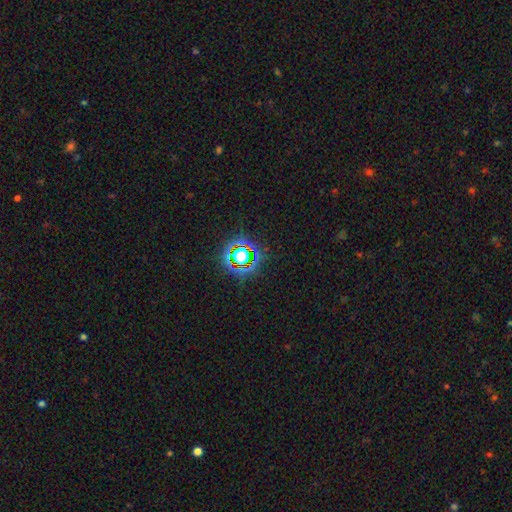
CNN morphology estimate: A star or artifact, not a galaxy (76%).